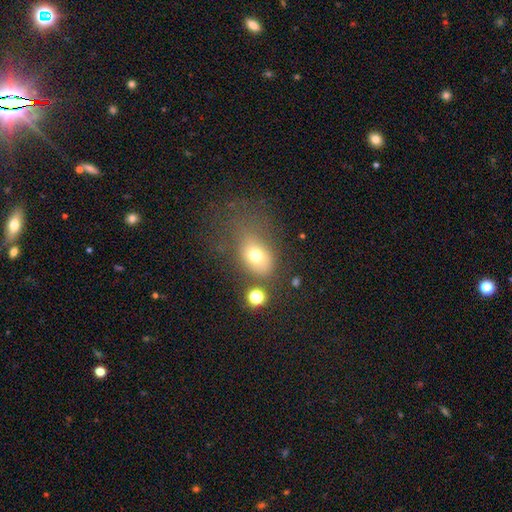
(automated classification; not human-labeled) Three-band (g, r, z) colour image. It shows a smooth galaxy with no disk features (71%) that is in between round and cigar-shaped (71%). Merging: none (45%).